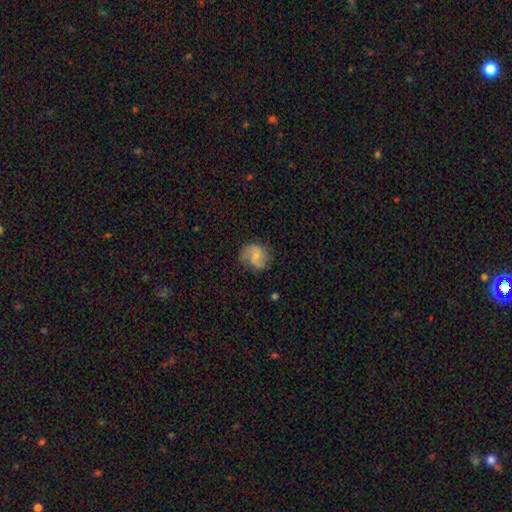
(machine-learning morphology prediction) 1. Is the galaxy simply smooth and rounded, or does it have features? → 48% featured or disk, 45% smooth, 8% star or artifact.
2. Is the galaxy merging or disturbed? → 66% none, 22% minor disturbance, 10% major disturbance, 1% merger.